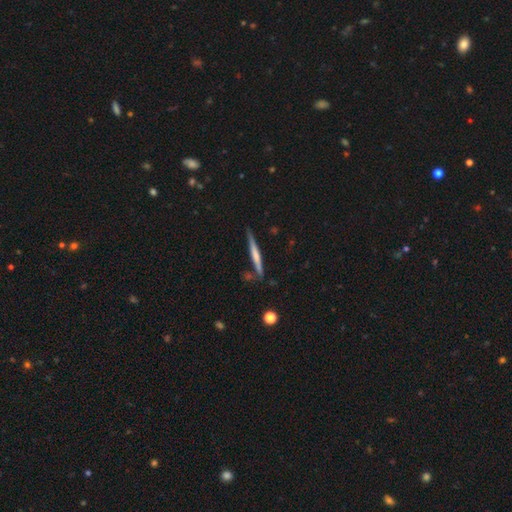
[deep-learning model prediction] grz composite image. It shows a featured or disk galaxy (48%). Merging: none (79%).